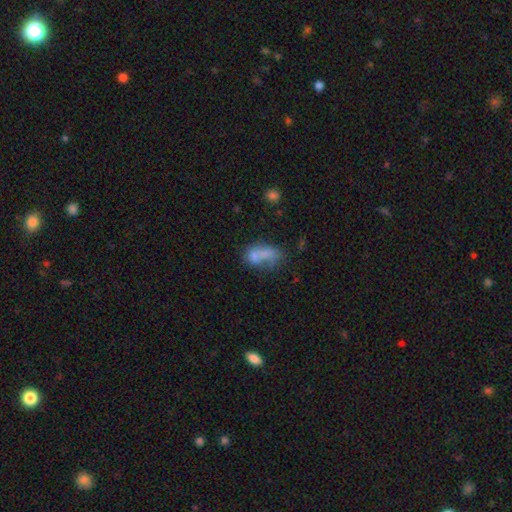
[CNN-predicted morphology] This is likely a smooth galaxy (61%). How rounded: likely in between (75%). Merging: possibly merger (47%).